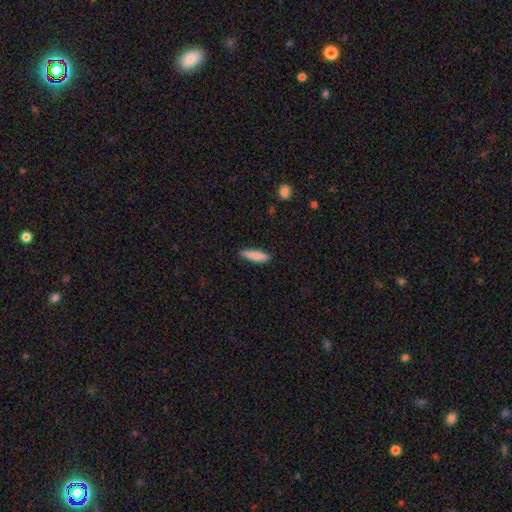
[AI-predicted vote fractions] The model was most divided on "how rounded": cigar-shaped: 76%, in between: 23%, round: 2%. More confident: merging — none (87%); smooth or featured — smooth (85%).